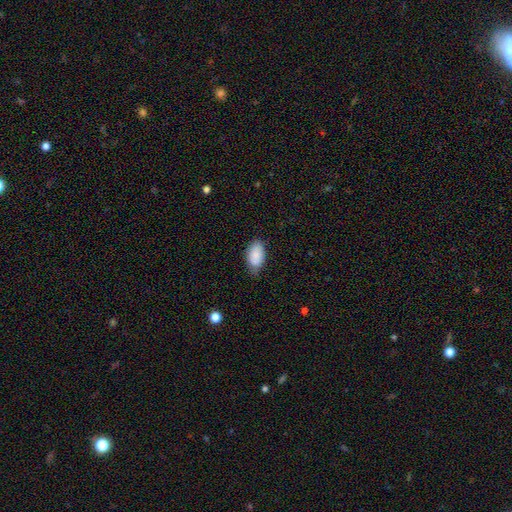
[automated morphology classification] Smooth or featured?
  - smooth: 87% *
  - featured or disk: 7%
  - star or artifact: 7%
How rounded?
  - in between: 94% *
  - round: 4%
  - cigar-shaped: 2%
Merging?
  - none: 67% *
  - minor disturbance: 27%
  - major disturbance: 5%
  - merger: 2%